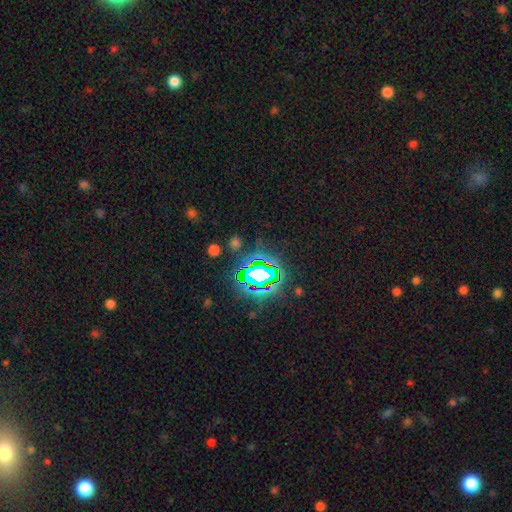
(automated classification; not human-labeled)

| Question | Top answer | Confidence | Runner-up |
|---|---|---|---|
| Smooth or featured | star or artifact | 80% | smooth (12%) |